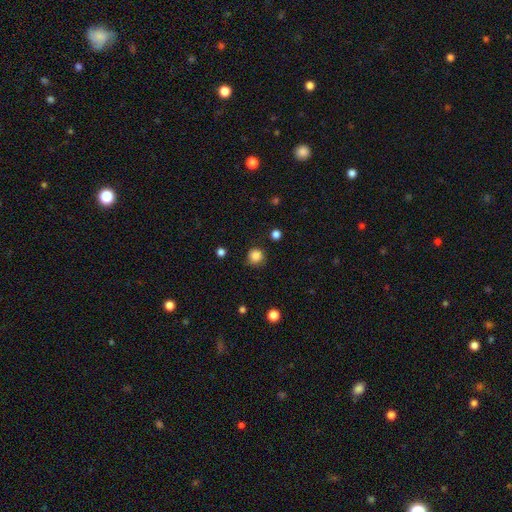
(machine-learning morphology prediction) This appears to be a smooth galaxy with no disk features (85%) that is round (94%). Merging: none (85%).